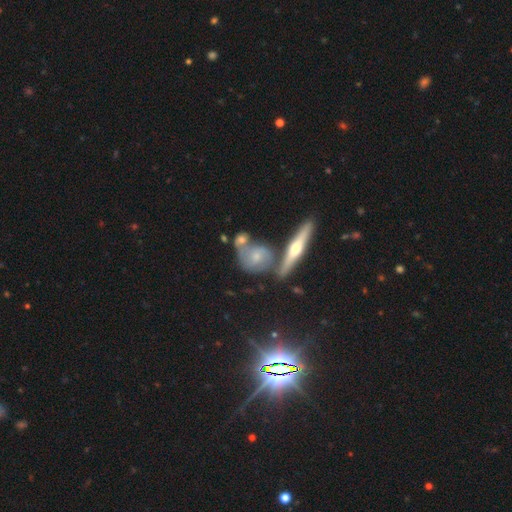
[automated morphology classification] Smooth or featured: featured or disk — 61% (smooth — 31%)
Edge-on disk: no — 65% (yes — 35%)
Merging: none — 50% (merger — 27%)